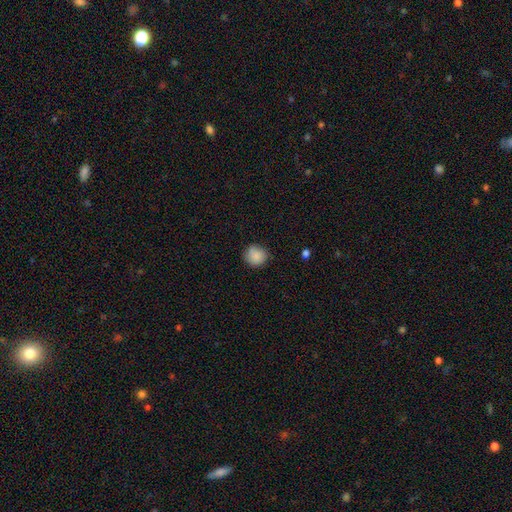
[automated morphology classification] A smooth galaxy with no disk features (86%) that is round (88%). Merging: none (80%).